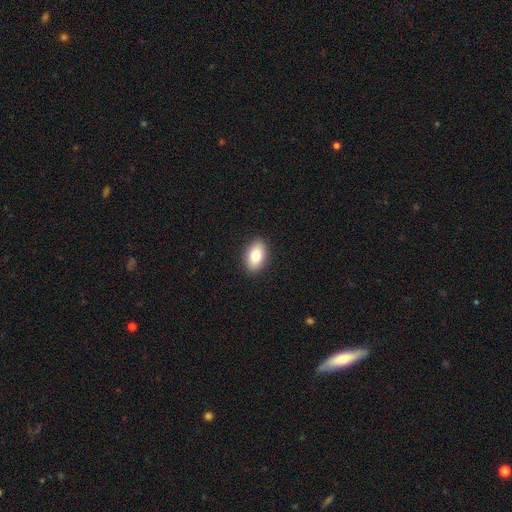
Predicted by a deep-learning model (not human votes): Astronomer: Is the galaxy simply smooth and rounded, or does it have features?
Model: smooth — 80%.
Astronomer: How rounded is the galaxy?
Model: in between — 88%.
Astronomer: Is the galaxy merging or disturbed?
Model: none — 90%.